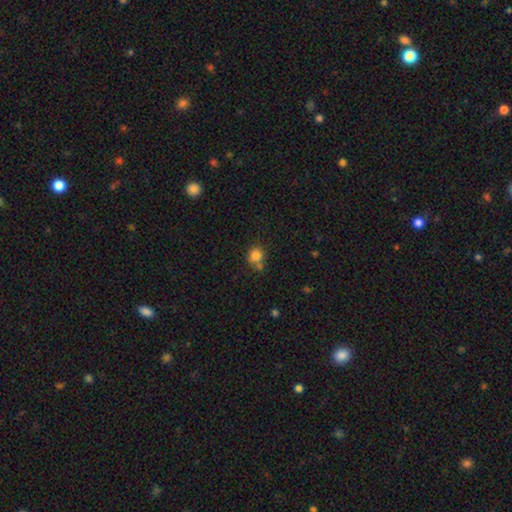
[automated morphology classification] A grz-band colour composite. It shows a smooth galaxy with no disk features (82%) that is round (80%). Merging: none (58%).